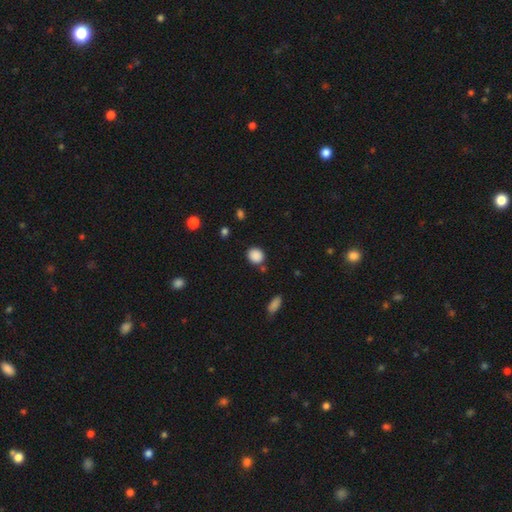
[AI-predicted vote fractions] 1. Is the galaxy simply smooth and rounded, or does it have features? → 87% smooth, 9% star or artifact, 3% featured or disk.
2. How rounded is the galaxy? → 73% round, 26% in between, 1% cigar-shaped.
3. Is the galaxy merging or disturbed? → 81% none, 11% minor disturbance, 5% merger, 3% major disturbance.